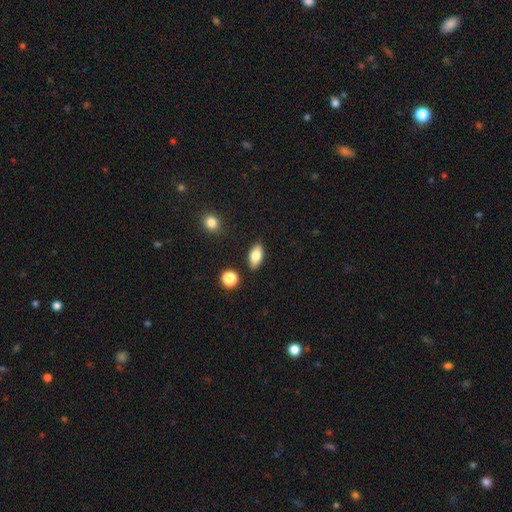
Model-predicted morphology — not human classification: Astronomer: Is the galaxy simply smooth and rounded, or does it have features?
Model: smooth — 79%.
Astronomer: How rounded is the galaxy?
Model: in between — 88%.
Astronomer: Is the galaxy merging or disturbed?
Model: none — 86%.